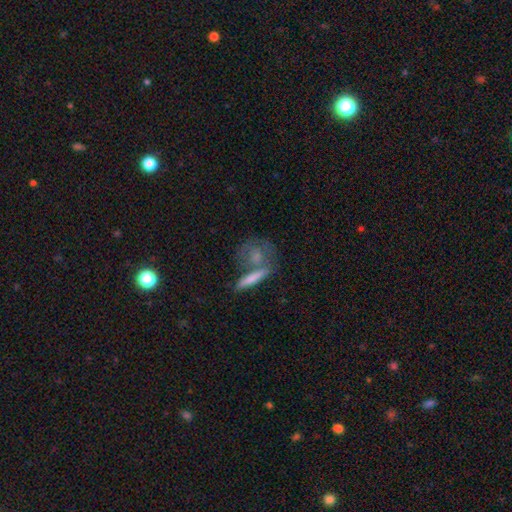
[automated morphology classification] Smooth or featured? Predicted: smooth (p=0.61). How rounded? Predicted: round (p=0.37). Merging? Predicted: none (p=0.46).